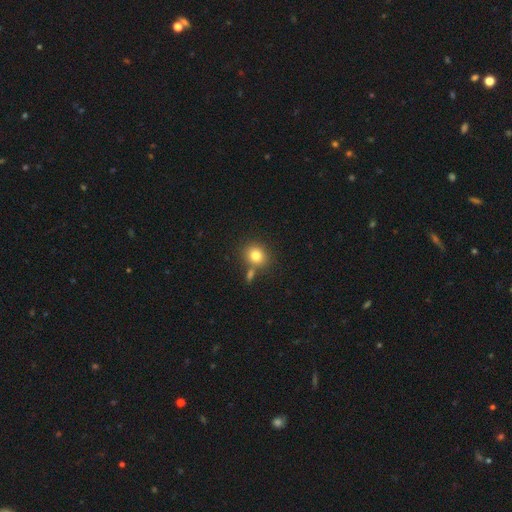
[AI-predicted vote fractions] smooth 80%, star or artifact 11%, featured or disk 9%. Down the decision tree: how rounded — round (72%); merging — none (69%).